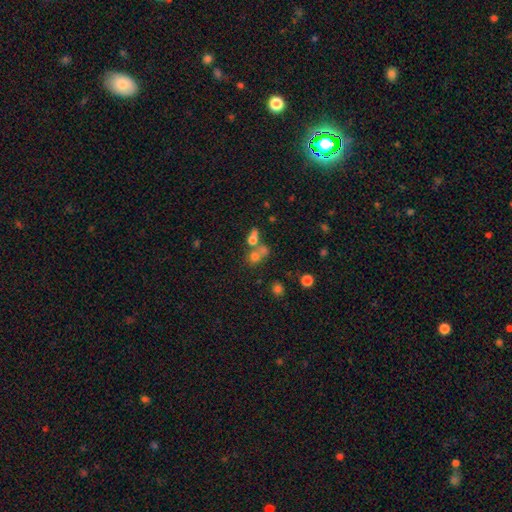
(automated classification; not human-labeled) smooth-or-featured: smooth: 53% | star or artifact: 26% | featured or disk: 21%
  how-rounded: round: 69% | in between: 29% | cigar-shaped: 2%
  merging: merger: 48% | none: 38% | minor disturbance: 8% | major disturbance: 6%